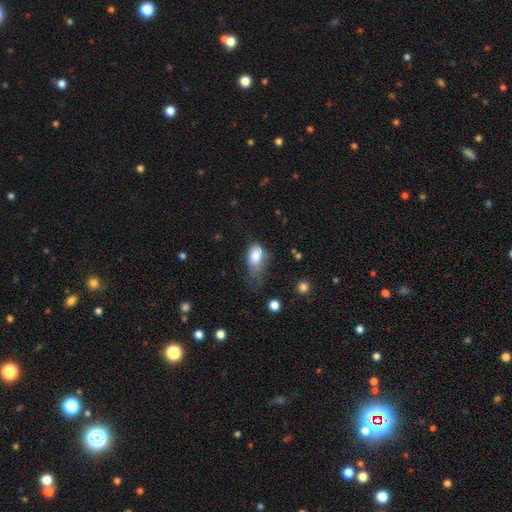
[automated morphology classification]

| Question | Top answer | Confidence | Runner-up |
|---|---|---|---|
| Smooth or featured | smooth | 79% | featured or disk (13%) |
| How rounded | in between | 86% | round (12%) |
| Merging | major disturbance | 39% | minor disturbance (35%) |